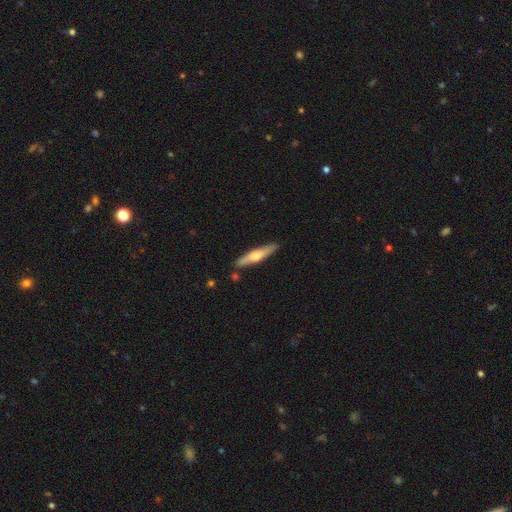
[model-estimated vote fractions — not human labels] Smooth or featured?
  - featured or disk: 50% *
  - smooth: 45%
  - star or artifact: 5%
Merging?
  - none: 87% *
  - minor disturbance: 9%
  - merger: 3%
  - major disturbance: 2%